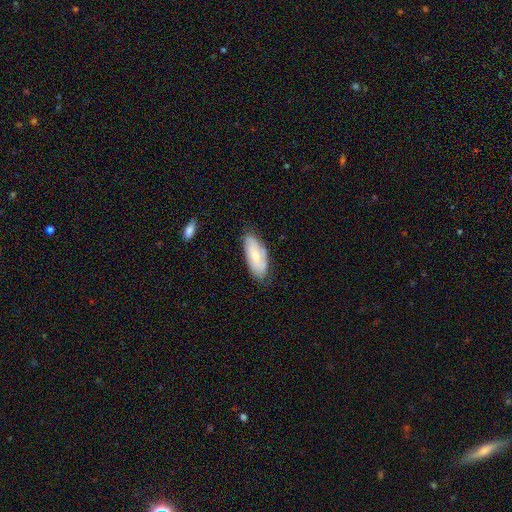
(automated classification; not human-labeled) Morphology: type=smooth (56%); roundness=in between (85%); merging=none (73%).